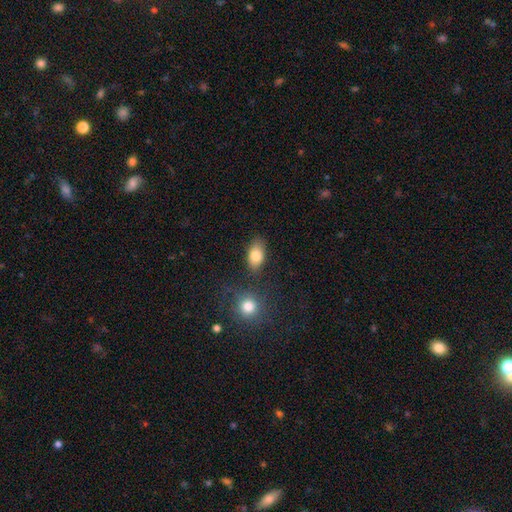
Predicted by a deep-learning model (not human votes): The model was most divided on "merging": none: 78%, minor disturbance: 12%, merger: 6%, major disturbance: 3%. More confident: how rounded — in between (88%); smooth or featured — smooth (83%).